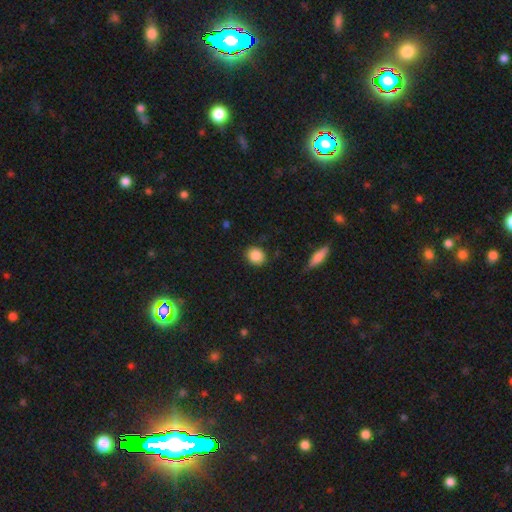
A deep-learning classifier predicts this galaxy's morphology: smooth_or_featured: smooth (p=0.87) [alt: star or artifact p=0.08]
how_rounded: round (p=0.71) [alt: in between p=0.28]
merging: none (p=0.87) [alt: minor disturbance p=0.10]